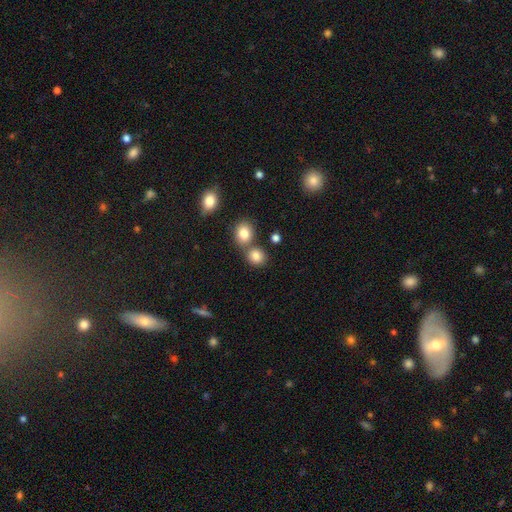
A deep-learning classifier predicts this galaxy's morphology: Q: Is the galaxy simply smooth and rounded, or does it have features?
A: smooth — 82%.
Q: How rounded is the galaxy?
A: round — 77%.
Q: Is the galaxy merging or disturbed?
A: none — 60%.